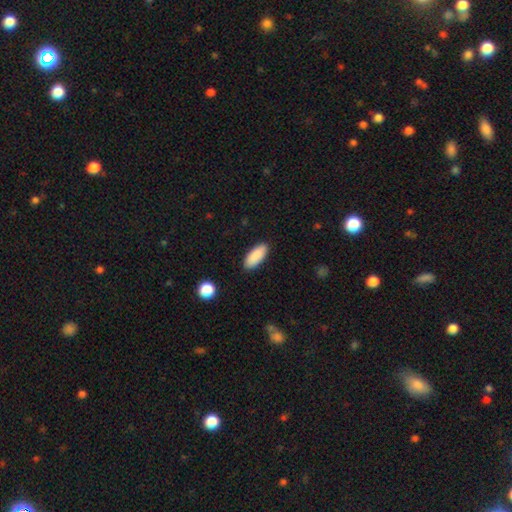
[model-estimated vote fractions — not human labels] Morphology: type=smooth (90%); roundness=in between (81%); merging=none (89%).